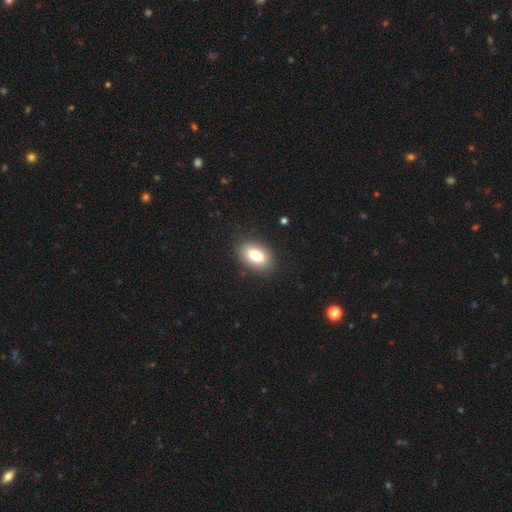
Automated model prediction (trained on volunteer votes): Overall: smooth (82%). How rounded: in between (89%). Merging: none (85%).